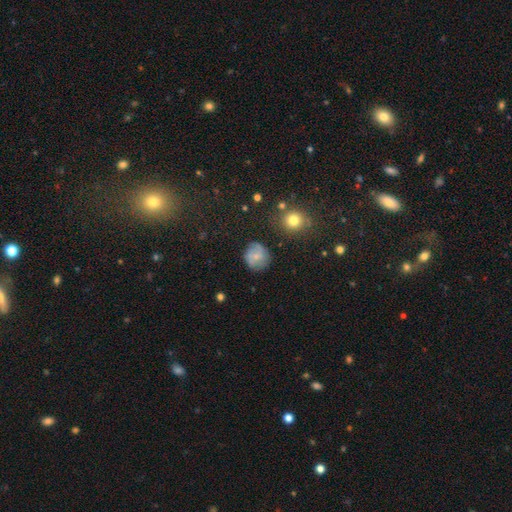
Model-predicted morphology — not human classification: type=smooth (61%); roundness=round (84%); merging=none (71%).